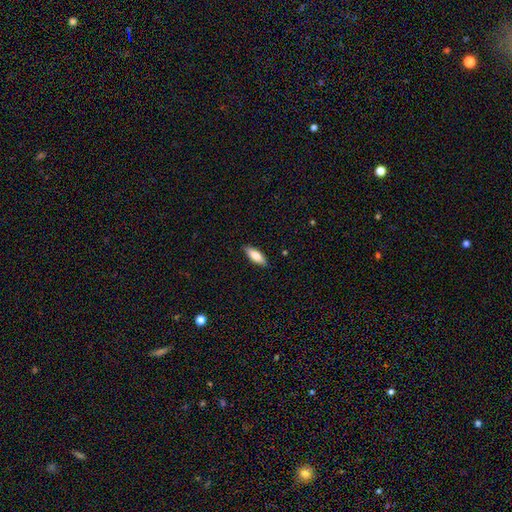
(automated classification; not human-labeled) Morphology: type=smooth (79%); roundness=in between (66%); merging=none (88%).